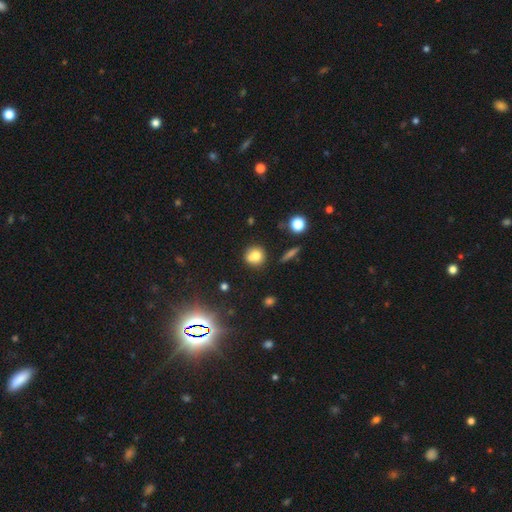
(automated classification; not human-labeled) smooth-or-featured: smooth: 75% | star or artifact: 13% | featured or disk: 12%
  how-rounded: round: 86% | in between: 13% | cigar-shaped: 1%
  merging: none: 71% | minor disturbance: 14% | merger: 12% | major disturbance: 4%